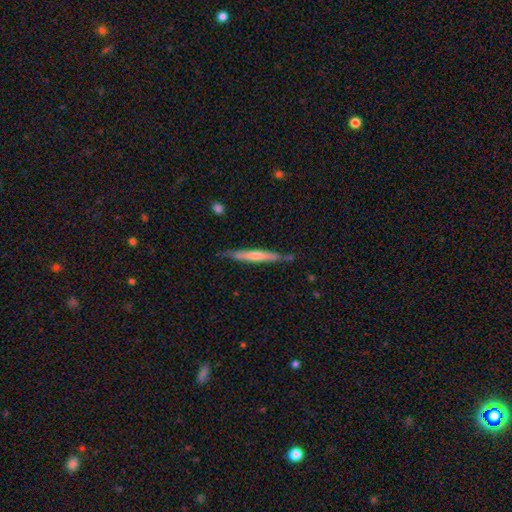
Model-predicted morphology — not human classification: smooth_or_featured: featured or disk (p=0.50) [alt: smooth p=0.45]
merging: none (p=0.78) [alt: minor disturbance p=0.16]